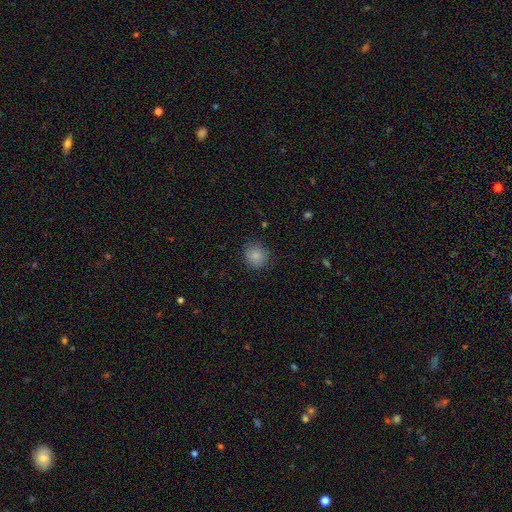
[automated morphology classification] smooth_or_featured: smooth (p=0.85) [alt: star or artifact p=0.10]
how_rounded: round (p=0.89) [alt: in between p=0.10]
merging: none (p=0.86) [alt: minor disturbance p=0.10]